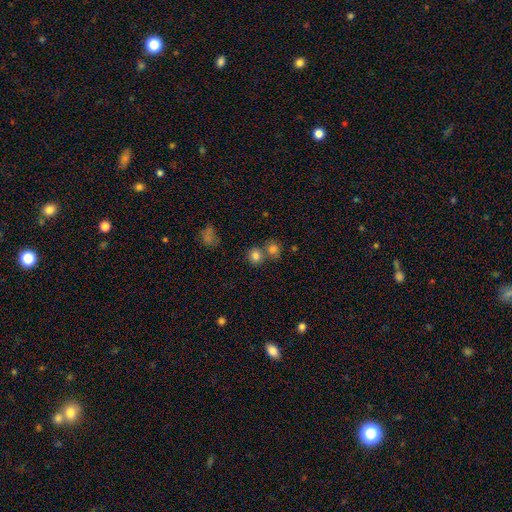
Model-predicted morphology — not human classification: Overall: smooth (79%). How rounded: round (84%). Merging: none (57%; merger 31%).